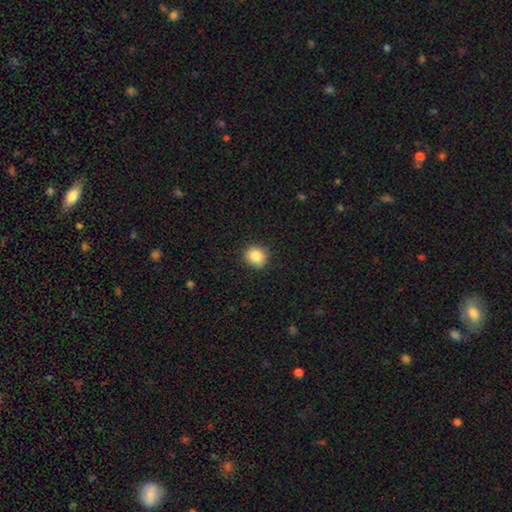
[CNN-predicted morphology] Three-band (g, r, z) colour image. It shows a smooth galaxy with no disk features (85%) that is round (87%). Merging: none (88%).